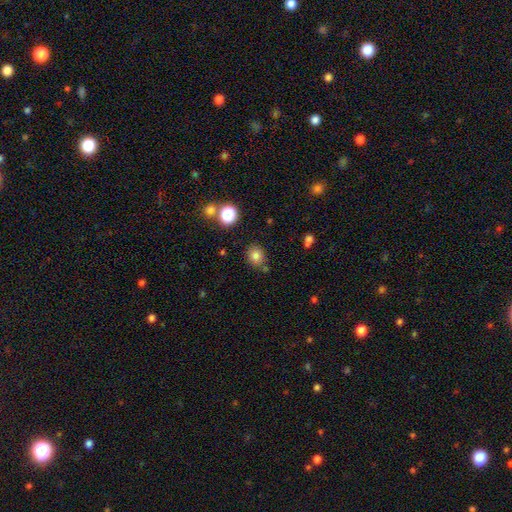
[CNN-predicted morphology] smooth-or-featured: smooth: 80% | star or artifact: 13% | featured or disk: 7%
  how-rounded: round: 74% | in between: 25% | cigar-shaped: 1%
  merging: none: 79% | minor disturbance: 11% | merger: 7% | major disturbance: 3%